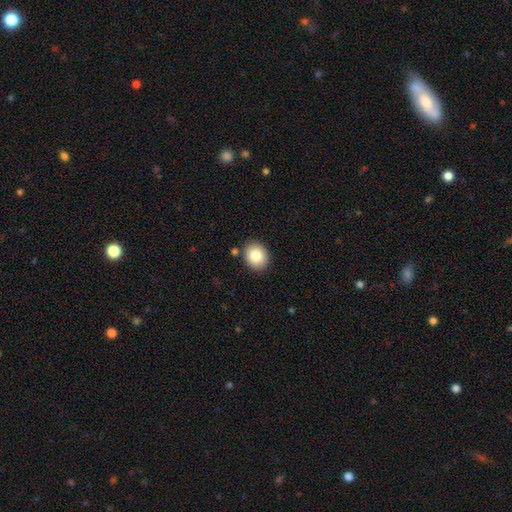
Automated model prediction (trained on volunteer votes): This is clearly a smooth galaxy (84%). How rounded: likely round (63%). Merging: clearly none (87%).